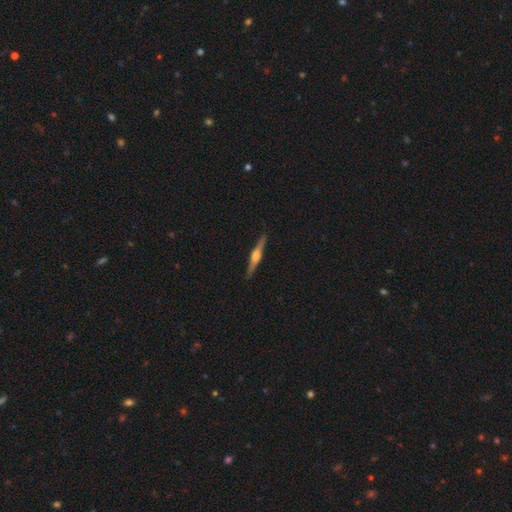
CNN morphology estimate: type=featured or disk (74%); edge-on=yes (98%); edge-on bulge=rounded (85%); merging=none (90%).